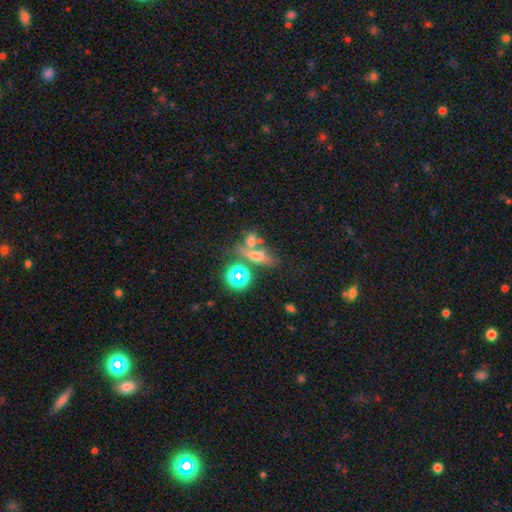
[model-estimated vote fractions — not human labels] smooth-or-featured: smooth: 46% | star or artifact: 29% | featured or disk: 25%
  merging: none: 43% | merger: 37% | minor disturbance: 12% | major disturbance: 8%